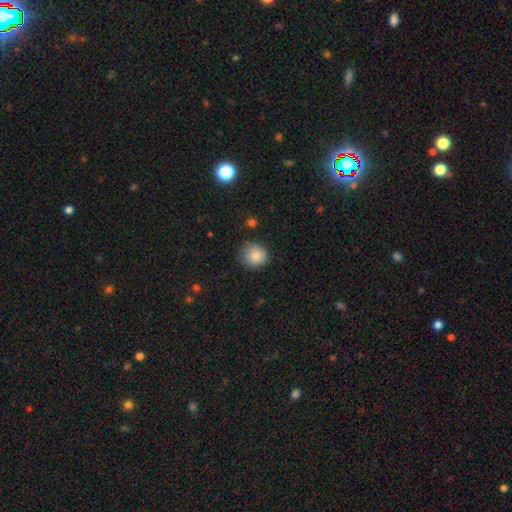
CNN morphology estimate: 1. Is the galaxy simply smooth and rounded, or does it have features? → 85% smooth, 9% star or artifact, 6% featured or disk.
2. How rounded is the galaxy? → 87% round, 12% in between, 1% cigar-shaped.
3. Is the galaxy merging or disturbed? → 76% none, 18% minor disturbance, 4% major disturbance, 2% merger.